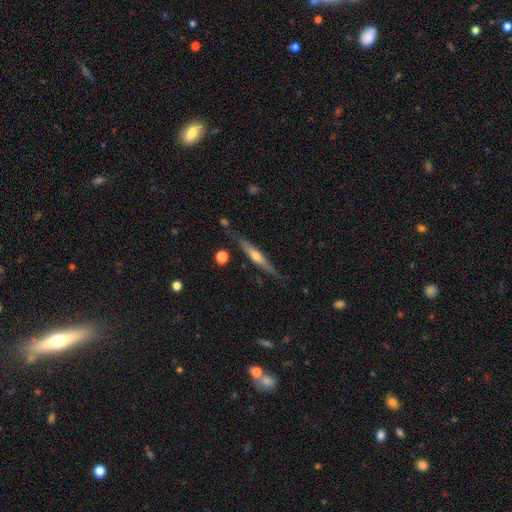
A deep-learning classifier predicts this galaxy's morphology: A featured or disk galaxy (67%) viewed edge-on (96%) with a rounded central bulge (78%).

Vote fractions:
- Smooth or featured? featured or disk: 67% / smooth: 26% / star or artifact: 6%
- Edge-on disk? yes: 96% / no: 4%
- Edge-on bulge? rounded: 78% / none: 15% / boxy: 7%
- Merging? none: 79% / minor disturbance: 14% / major disturbance: 3% / merger: 3%